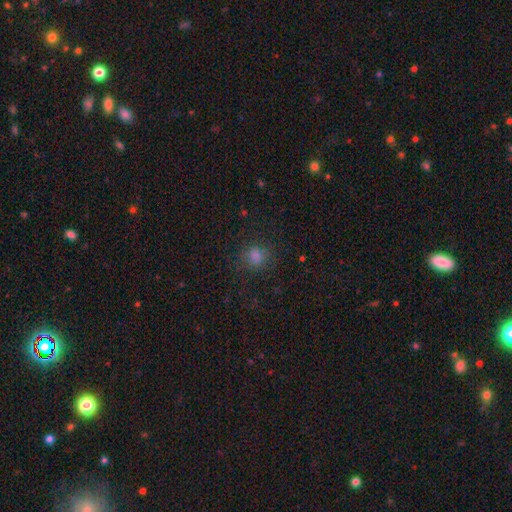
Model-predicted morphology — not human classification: This appears to be a smooth galaxy with no disk features (73%) that is round (74%). Merging: none (78%).